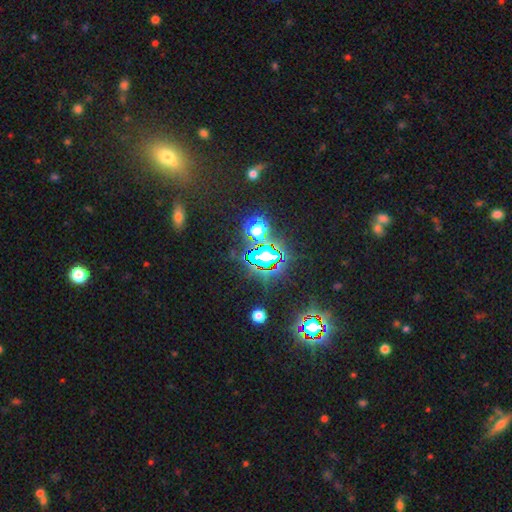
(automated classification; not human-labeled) The model was most divided on "smooth or featured": star or artifact: 78%, smooth: 14%, featured or disk: 8%.